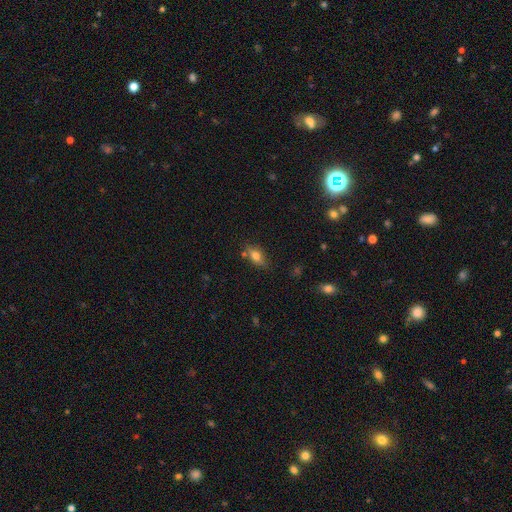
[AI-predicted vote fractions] smooth-or-featured: smooth: 73% | featured or disk: 17% | star or artifact: 10%
  how-rounded: in between: 81% | cigar-shaped: 11% | round: 8%
  merging: none: 71% | minor disturbance: 18% | merger: 7% | major disturbance: 4%